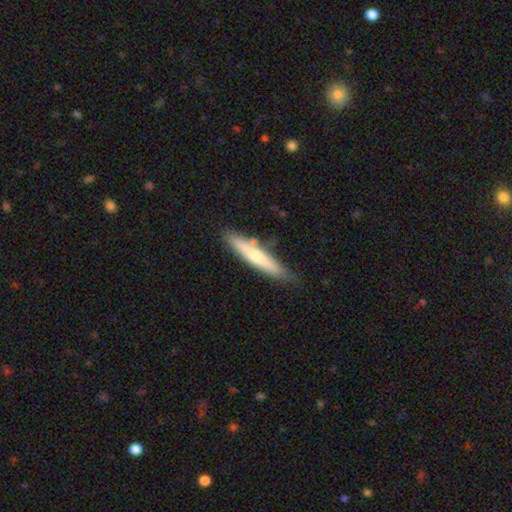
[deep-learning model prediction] Smooth or featured: smooth — 58% (featured or disk — 37%)
How rounded: cigar-shaped — 89% (in between — 9%)
Merging: none — 73% (minor disturbance — 17%)